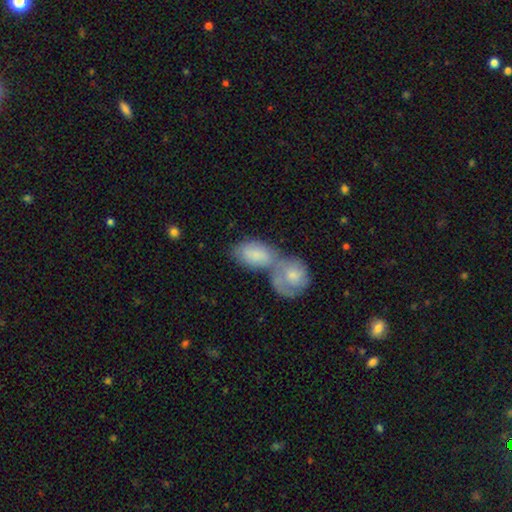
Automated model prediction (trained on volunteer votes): Smooth or featured: smooth — 70% (featured or disk — 24%)
How rounded: in between — 85% (round — 12%)
Merging: merger — 68% (none — 19%)